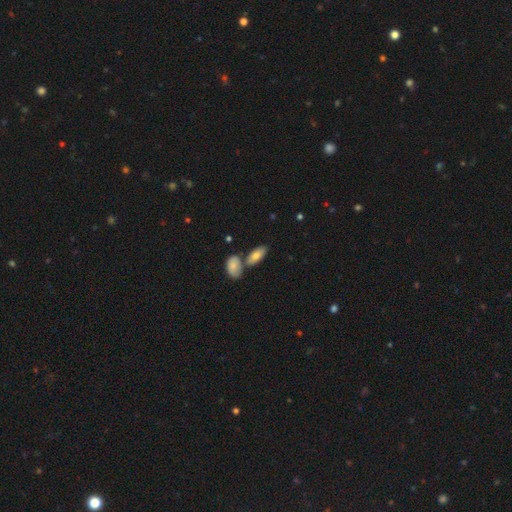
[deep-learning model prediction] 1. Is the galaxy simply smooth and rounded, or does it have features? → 76% smooth, 17% featured or disk, 6% star or artifact.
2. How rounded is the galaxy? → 86% in between, 11% cigar-shaped, 3% round.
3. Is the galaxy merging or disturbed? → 60% none, 26% merger, 11% minor disturbance, 3% major disturbance.